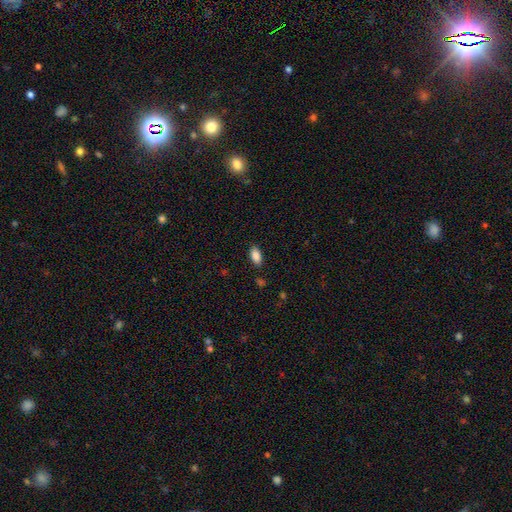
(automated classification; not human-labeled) The model was most divided on "merging": none: 86%, minor disturbance: 10%, major disturbance: 2%, merger: 2%. More confident: how rounded — in between (92%); smooth or featured — smooth (87%).